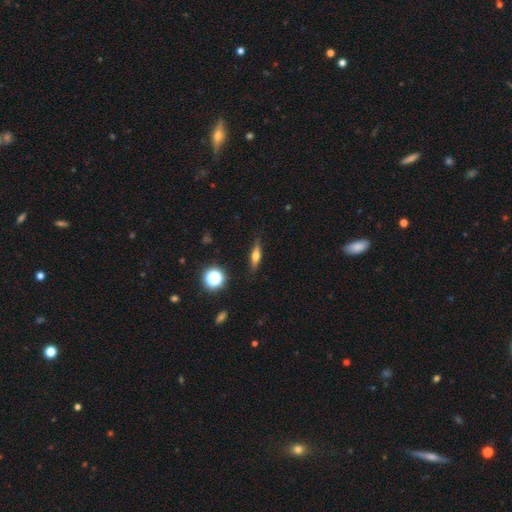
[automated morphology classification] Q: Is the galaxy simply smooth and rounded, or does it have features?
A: smooth — 46%.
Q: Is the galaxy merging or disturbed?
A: none — 85%.